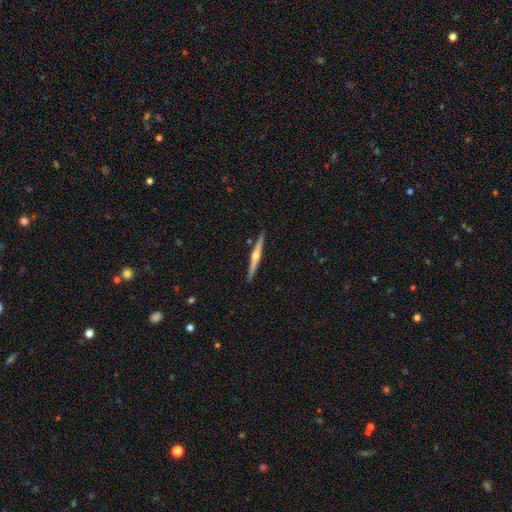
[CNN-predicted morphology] This appears to be a featured or disk galaxy (74%) viewed edge-on (98%) with a rounded central bulge (92%). Merging: none (91%).